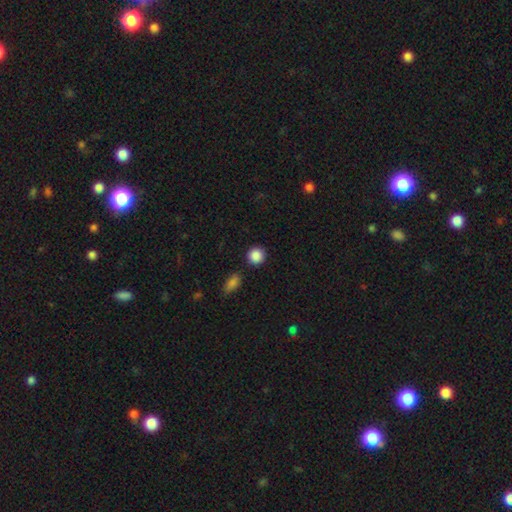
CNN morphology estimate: This appears to be a smooth galaxy with no disk features (88%) that is round (92%). Merging: none (85%).